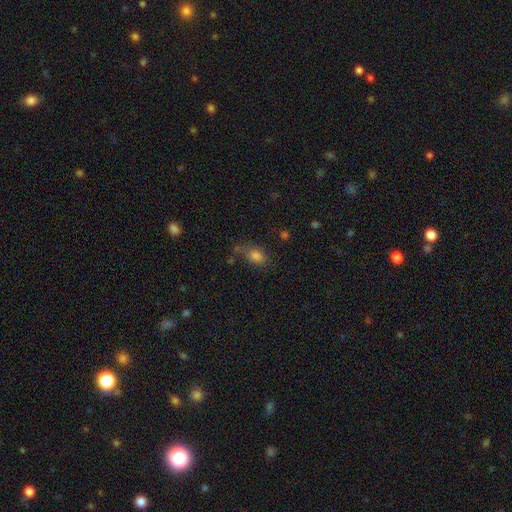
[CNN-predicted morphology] Smooth or featured? Predicted: smooth (p=0.79). How rounded? Predicted: in between (p=0.73). Merging? Predicted: none (p=0.57).